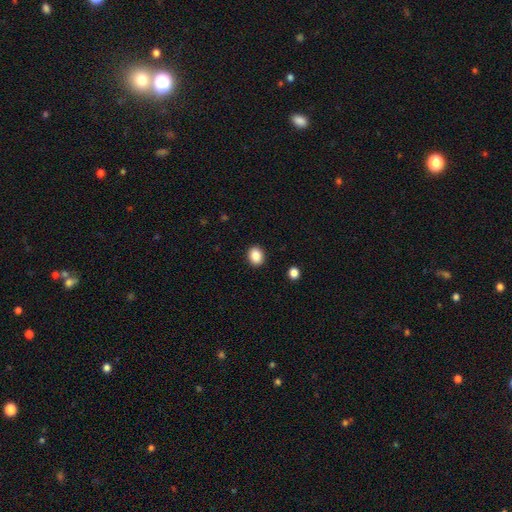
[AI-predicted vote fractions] This appears to be a smooth galaxy with no disk features (87%) that is round (51%). Merging: none (91%).